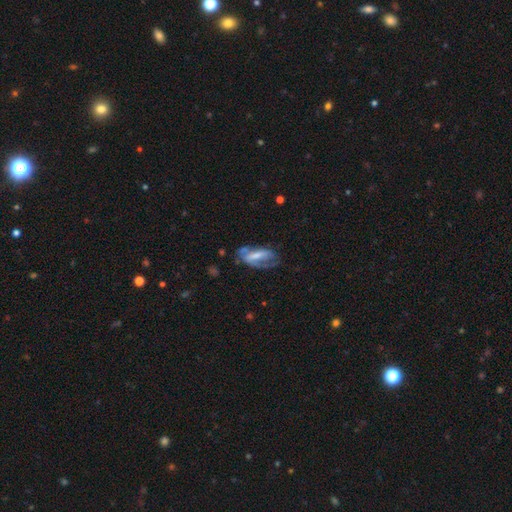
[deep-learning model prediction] The model was most divided on "bulge size": moderate: 37%, small: 33%, none: 17%, large: 12%, dominant: 2%. Remaining: edge-on disk — no (90%); spiral arms — yes (66%); smooth or featured — featured or disk (61%); merging — none (42%); bar — strong (40%).